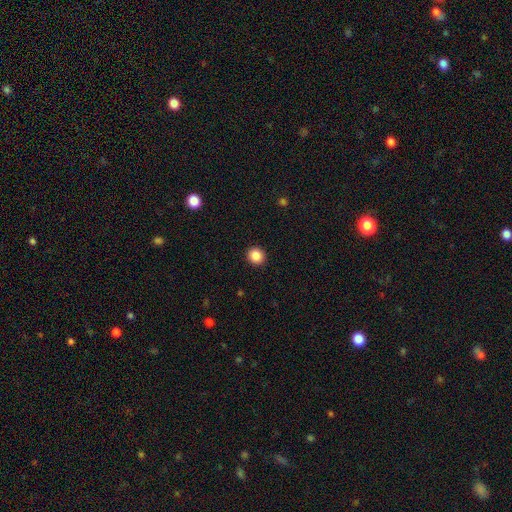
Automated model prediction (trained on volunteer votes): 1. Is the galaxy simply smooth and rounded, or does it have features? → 86% smooth, 10% star or artifact, 4% featured or disk.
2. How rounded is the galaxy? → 89% round, 10% in between, 1% cigar-shaped.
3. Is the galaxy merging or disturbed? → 93% none, 5% minor disturbance, 2% major disturbance, 1% merger.